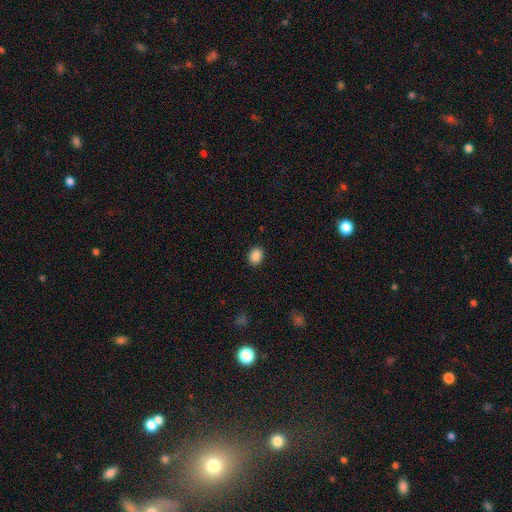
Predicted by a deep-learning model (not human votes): smooth-or-featured: smooth: 88% | star or artifact: 9% | featured or disk: 3%
  how-rounded: in between: 53% | round: 46% | cigar-shaped: 1%
  merging: none: 90% | minor disturbance: 7% | major disturbance: 2% | merger: 1%